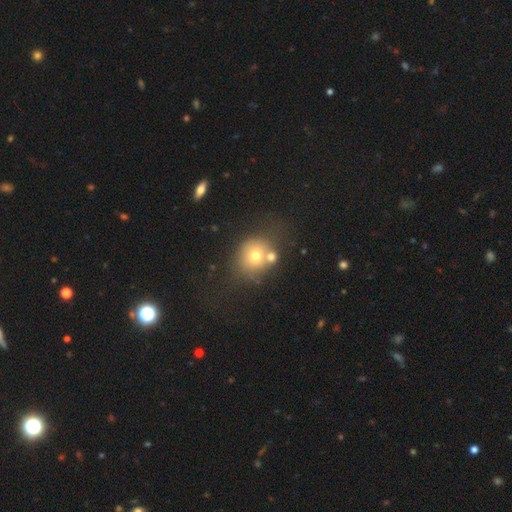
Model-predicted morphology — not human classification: Smooth or featured?
  - smooth: 68% *
  - featured or disk: 19%
  - star or artifact: 13%
How rounded?
  - round: 74% *
  - in between: 25%
  - cigar-shaped: 1%
Merging?
  - none: 48% *
  - merger: 31%
  - minor disturbance: 14%
  - major disturbance: 7%